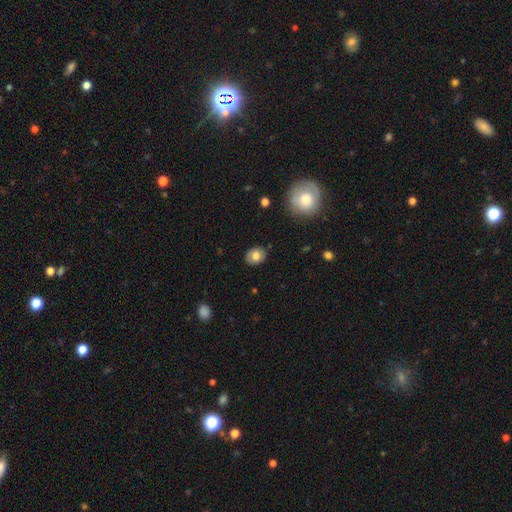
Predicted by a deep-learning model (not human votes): This appears to be a smooth galaxy with no disk features (76%) that is round (51%). Merging: none (86%).